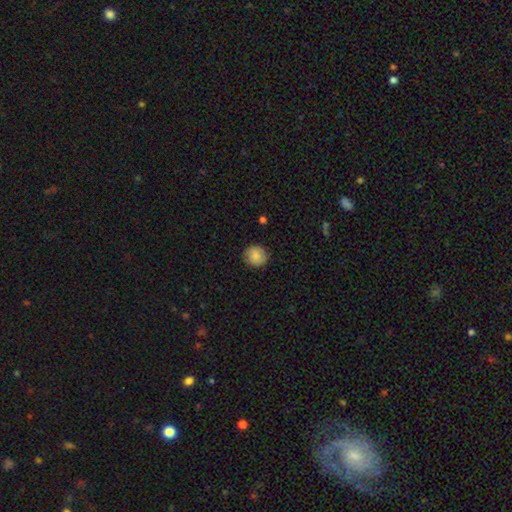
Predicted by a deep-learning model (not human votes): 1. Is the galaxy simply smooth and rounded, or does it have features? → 86% smooth, 8% star or artifact, 6% featured or disk.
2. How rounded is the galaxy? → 90% round, 9% in between, 1% cigar-shaped.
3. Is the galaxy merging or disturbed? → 88% none, 9% minor disturbance, 2% major disturbance, 1% merger.